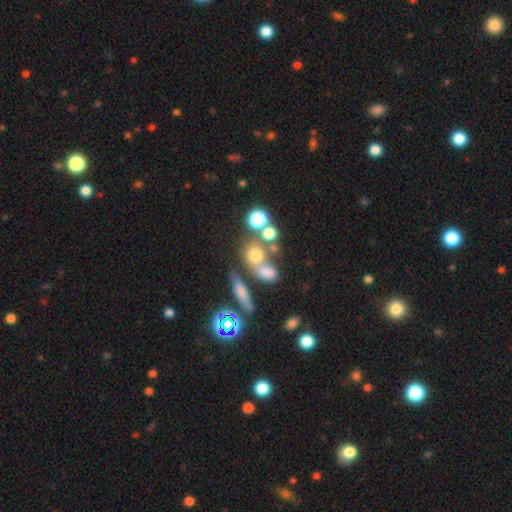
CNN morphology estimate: A smooth galaxy with no disk features (64%) that is round (70%).

Vote fractions:
- Smooth or featured? smooth: 64% / star or artifact: 19% / featured or disk: 18%
- How rounded? round: 70% / in between: 26% / cigar-shaped: 4%
- Merging? none: 43% / merger: 41% / minor disturbance: 10% / major disturbance: 7%